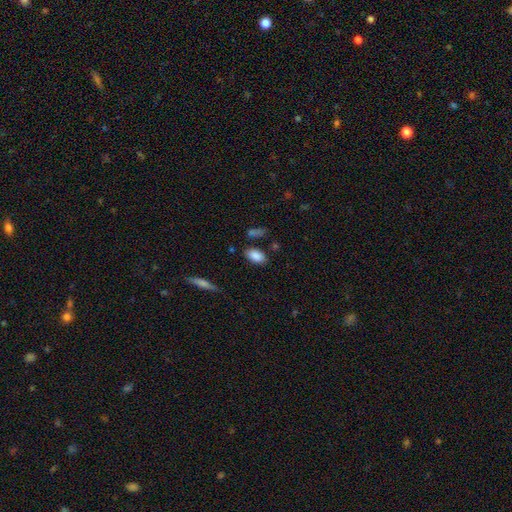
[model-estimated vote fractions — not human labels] Overall: smooth (87%). How rounded: in between (92%). Merging: none (80%).